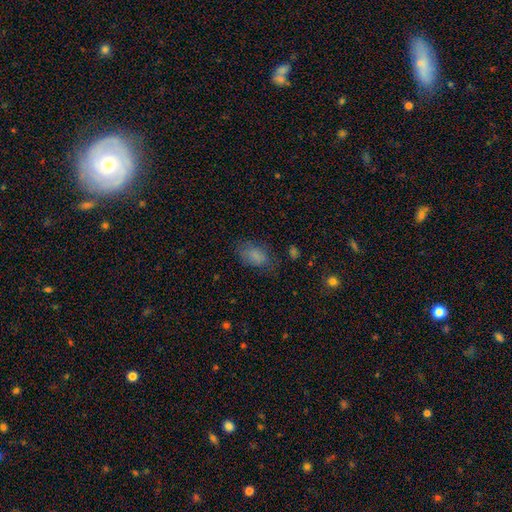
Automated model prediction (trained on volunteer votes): Smooth or featured?
  - smooth: 78% *
  - star or artifact: 11%
  - featured or disk: 11%
How rounded?
  - in between: 89% *
  - round: 9%
  - cigar-shaped: 2%
Merging?
  - none: 64% *
  - minor disturbance: 23%
  - major disturbance: 11%
  - merger: 2%